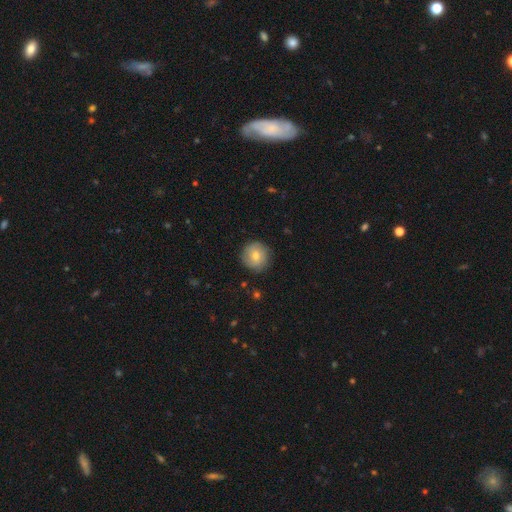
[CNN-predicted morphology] A smooth galaxy with no disk features (70%) that is round (94%).

Vote fractions:
- Smooth or featured? smooth: 70% / featured or disk: 23% / star or artifact: 8%
- How rounded? round: 94% / in between: 5% / cigar-shaped: 1%
- Merging? none: 86% / minor disturbance: 10% / major disturbance: 3% / merger: 1%